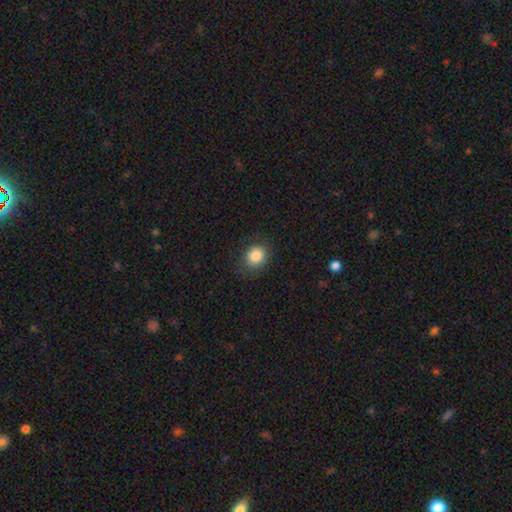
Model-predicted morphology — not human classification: A smooth galaxy with no disk features (85%) that is round (63%). Merging: none (84%).